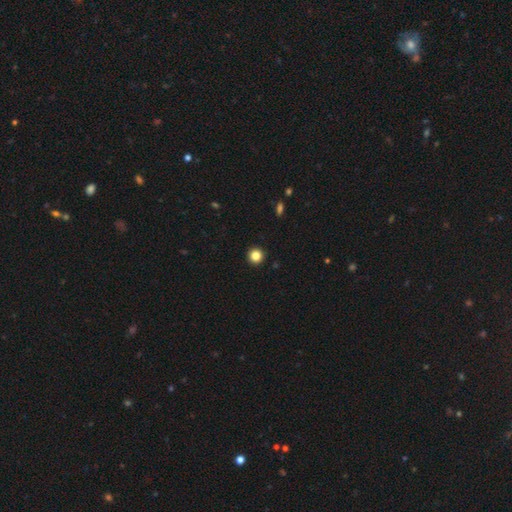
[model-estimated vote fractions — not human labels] Overall: smooth (85%). How rounded: round (96%). Merging: none (94%).